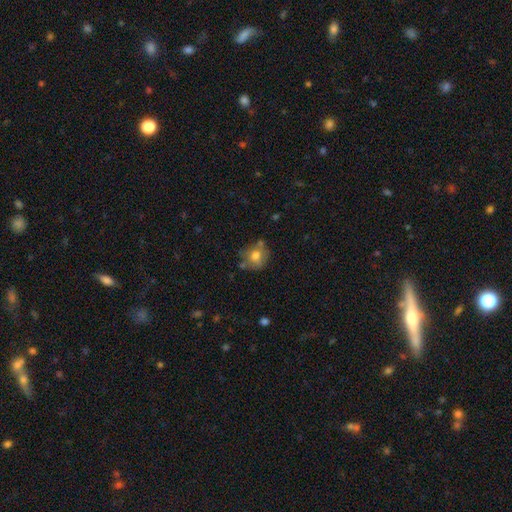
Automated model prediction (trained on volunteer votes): The model was most divided on "merging": none: 61%, minor disturbance: 21%, merger: 12%, major disturbance: 7%. More confident: how rounded — round (80%); smooth or featured — smooth (70%).